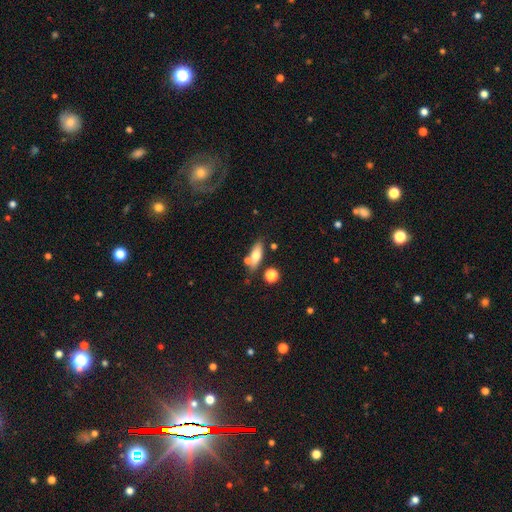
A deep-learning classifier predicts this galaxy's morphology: smooth_or_featured: smooth (p=0.64) [alt: featured or disk p=0.28]
how_rounded: in between (p=0.62) [alt: cigar-shaped p=0.34]
merging: none (p=0.66) [alt: merger p=0.15]